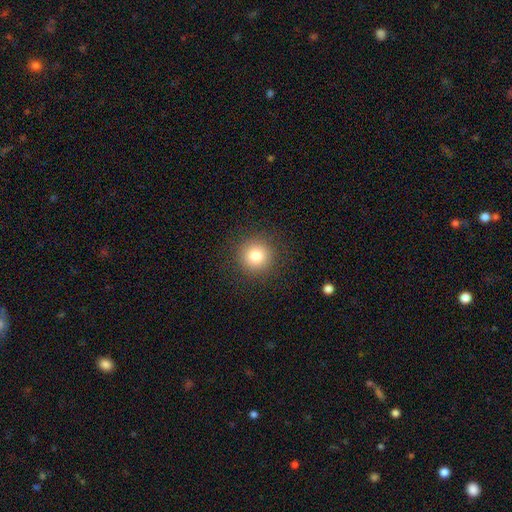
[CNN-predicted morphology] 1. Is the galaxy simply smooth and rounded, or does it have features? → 81% smooth, 11% star or artifact, 8% featured or disk.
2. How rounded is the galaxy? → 94% round, 5% in between, 1% cigar-shaped.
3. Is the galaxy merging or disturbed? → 90% none, 6% minor disturbance, 3% major disturbance, 1% merger.